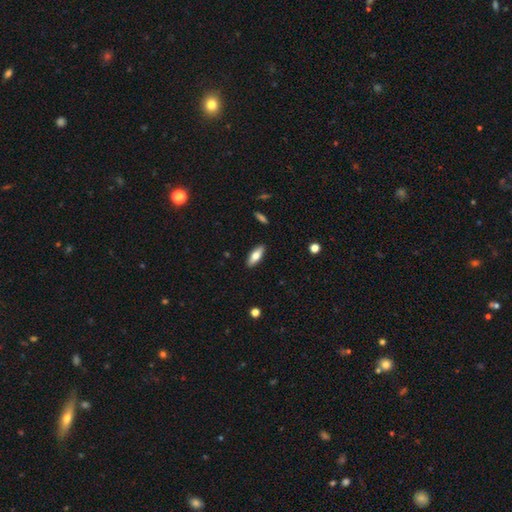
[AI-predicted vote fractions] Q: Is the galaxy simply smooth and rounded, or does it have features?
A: smooth — 70%.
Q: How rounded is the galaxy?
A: in between — 67%.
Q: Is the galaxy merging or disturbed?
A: none — 89%.